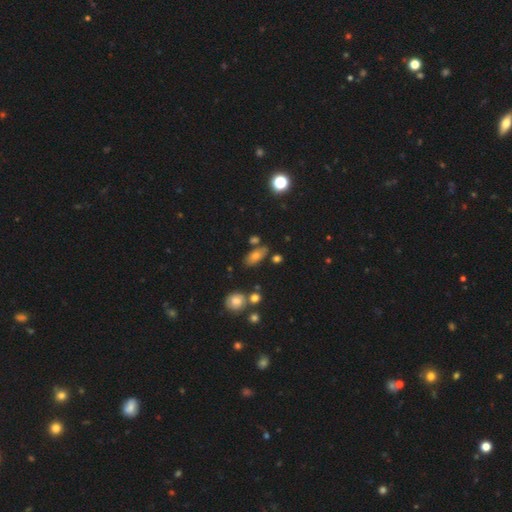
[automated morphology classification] Smooth or featured? smooth (67%)
How rounded? in between (81%)
Merging? none (73%)